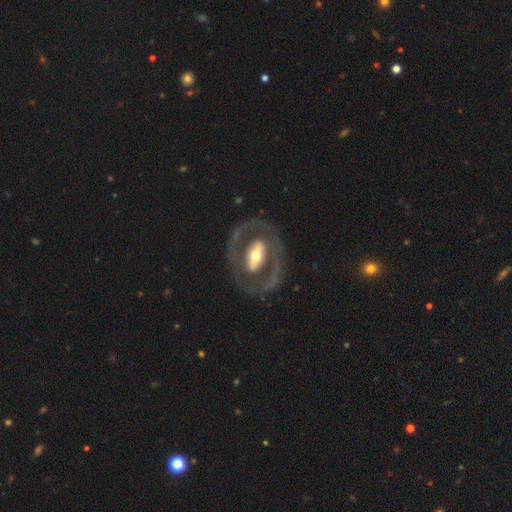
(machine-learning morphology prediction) The model was most divided on "spiral arms": no: 57%, yes: 43%. Remaining: edge-on disk — no (92%); smooth or featured — featured or disk (76%); merging — none (75%); bulge size — moderate (62%); bar — strong (49%).